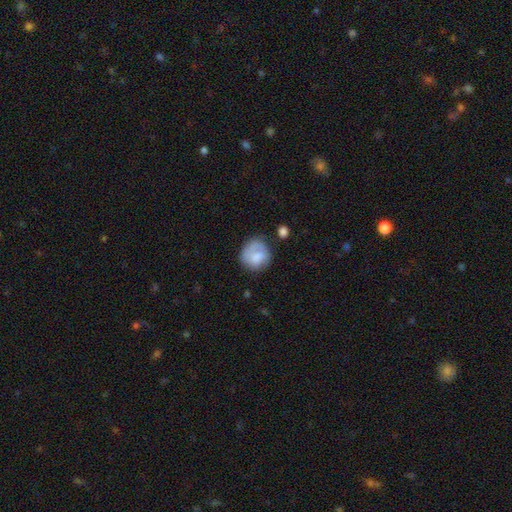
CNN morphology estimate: A smooth galaxy with no disk features (65%) that is round (78%). Merging: none (55%).